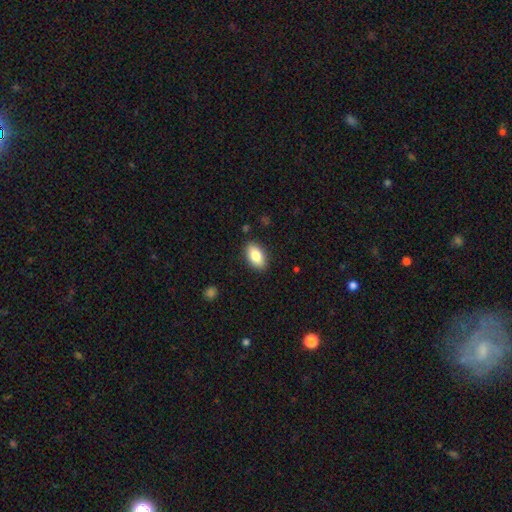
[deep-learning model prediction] smooth_or_featured: smooth (p=0.81) [alt: featured or disk p=0.12]
how_rounded: in between (p=0.91) [alt: round p=0.06]
merging: none (p=0.88) [alt: minor disturbance p=0.09]